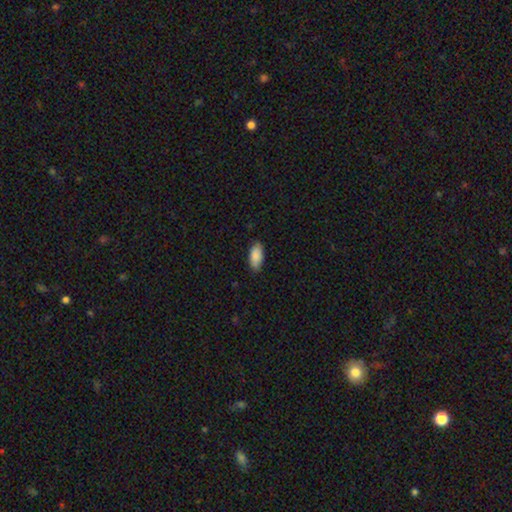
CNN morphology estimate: Smooth or featured? smooth (88%)
How rounded? in between (91%)
Merging? none (84%)